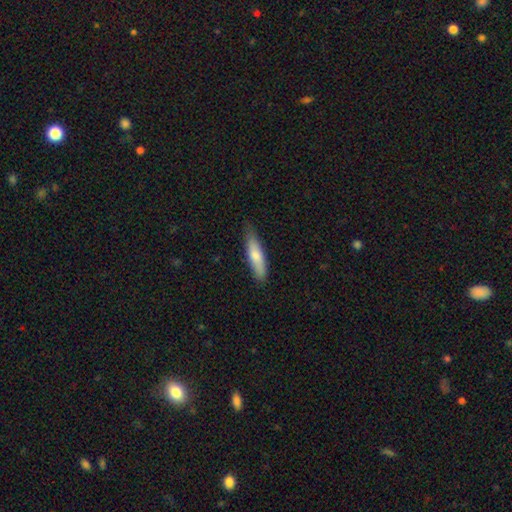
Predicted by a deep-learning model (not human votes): Smooth or featured? Predicted: smooth (p=0.73). How rounded? Predicted: cigar-shaped (p=0.71). Merging? Predicted: none (p=0.77).